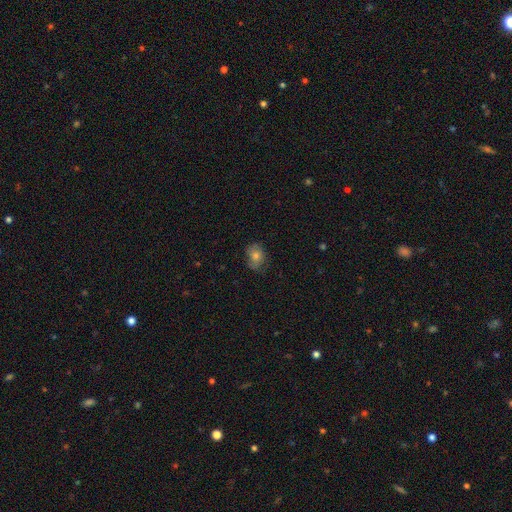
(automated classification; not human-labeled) Q: Smooth or featured?
A: smooth (61%); runner-up: featured or disk (25%)
Q: How rounded?
A: in between (56%); runner-up: round (43%)
Q: Merging?
A: none (71%); runner-up: minor disturbance (21%)